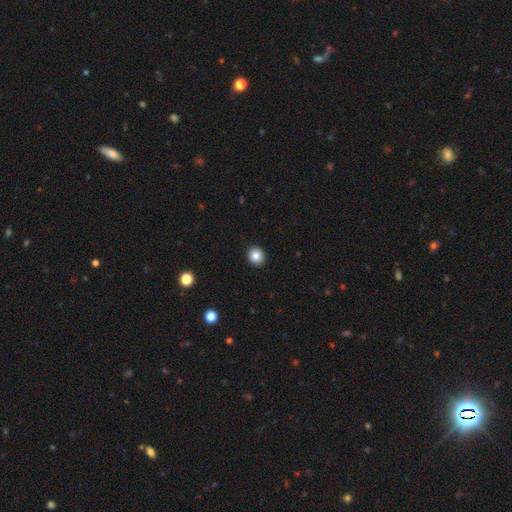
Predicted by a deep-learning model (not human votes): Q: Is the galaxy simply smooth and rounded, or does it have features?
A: smooth — 85%.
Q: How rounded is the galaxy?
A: round — 83%.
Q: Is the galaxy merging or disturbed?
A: none — 92%.